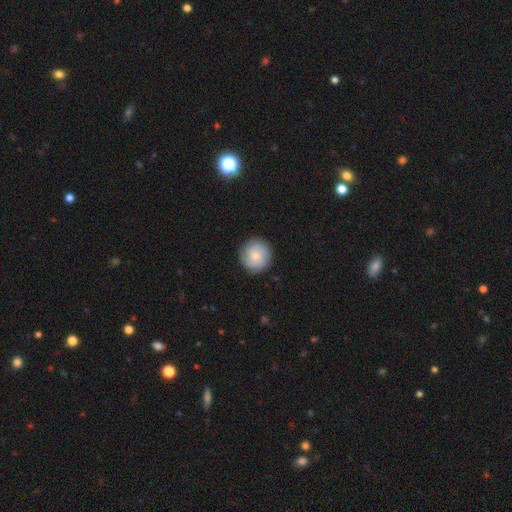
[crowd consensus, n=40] This appears to be a smooth galaxy with no disk features (65%) that is round (100%). Merging: none (85%).